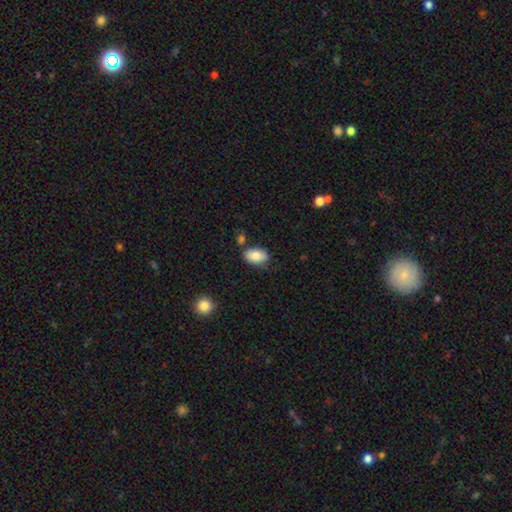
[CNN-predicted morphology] This appears to be a smooth galaxy with no disk features (86%) that is in between round and cigar-shaped (92%). Merging: none (74%).